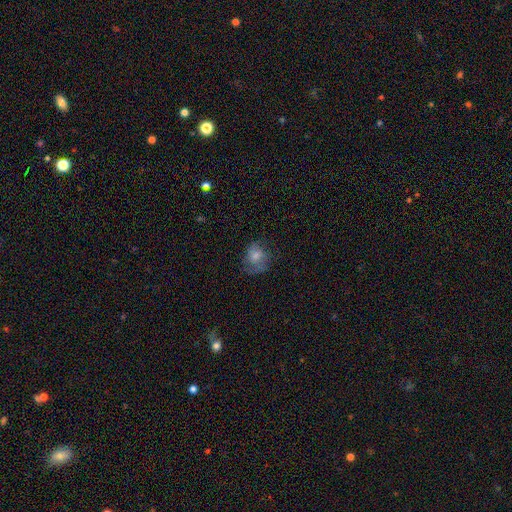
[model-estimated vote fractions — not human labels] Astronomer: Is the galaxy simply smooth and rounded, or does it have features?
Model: smooth — 55% (runner-up: featured or disk, 35%).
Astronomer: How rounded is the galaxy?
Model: round — 61% (runner-up: in between, 38%).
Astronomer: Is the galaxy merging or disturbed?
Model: none — 56%.